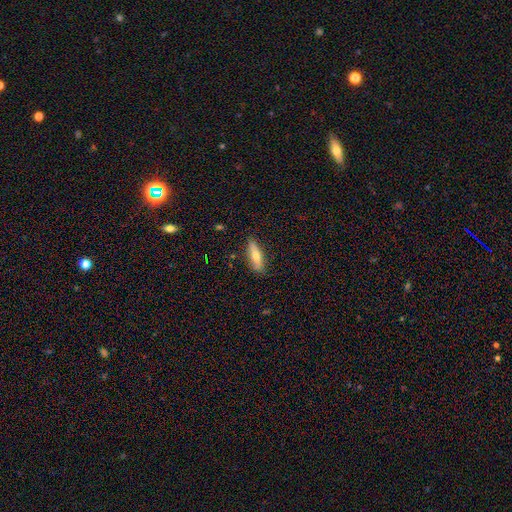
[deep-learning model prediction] A smooth galaxy with no disk features (63%) that is cigar-shaped (65%). Merging: none (86%).